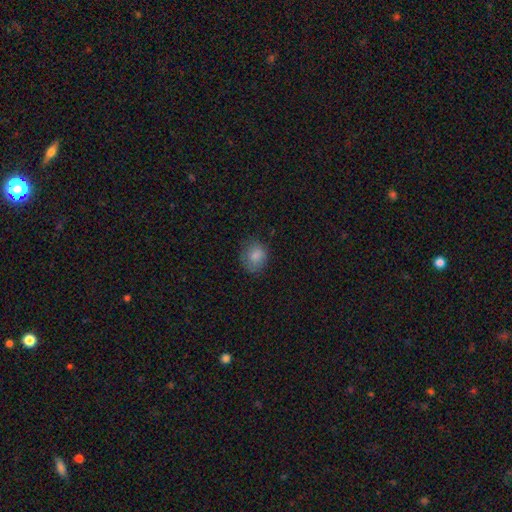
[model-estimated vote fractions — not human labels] A smooth galaxy with no disk features (82%) that is round (69%). Merging: none (71%).